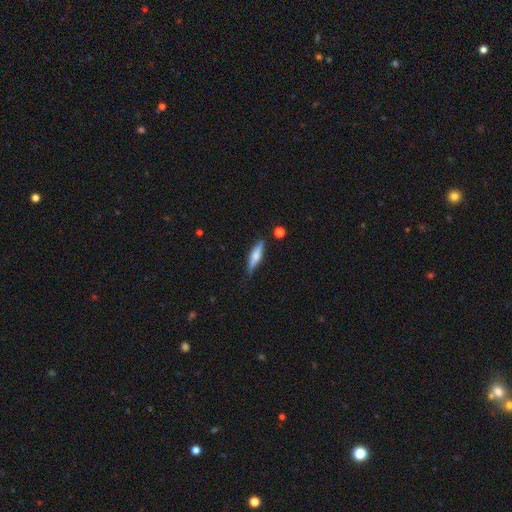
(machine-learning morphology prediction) Smooth or featured? Predicted: smooth (p=0.52). How rounded? Predicted: cigar-shaped (p=0.75). Merging? Predicted: none (p=0.78).